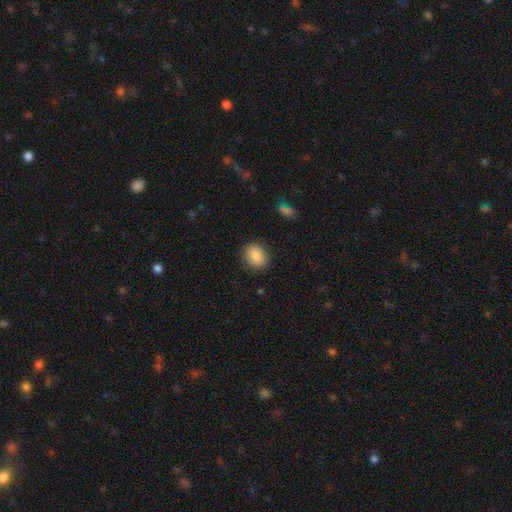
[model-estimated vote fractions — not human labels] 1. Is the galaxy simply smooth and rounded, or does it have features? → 86% smooth, 8% star or artifact, 7% featured or disk.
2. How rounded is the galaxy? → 60% in between, 39% round, 1% cigar-shaped.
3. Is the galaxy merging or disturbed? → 86% none, 10% minor disturbance, 3% major disturbance, 1% merger.